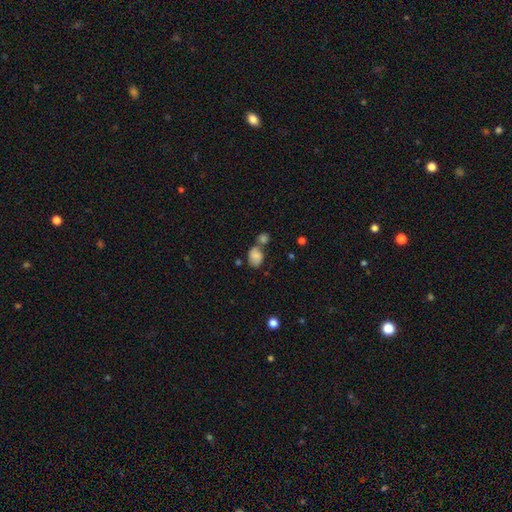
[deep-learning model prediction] A smooth galaxy with no disk features (82%) that is in between round and cigar-shaped (75%). Merging: none (41%).